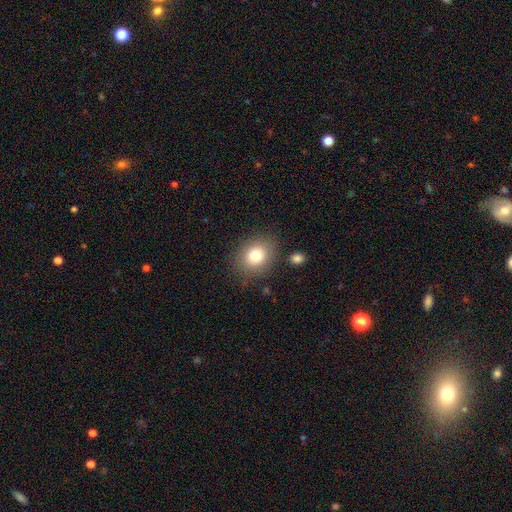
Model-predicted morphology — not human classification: This is likely a smooth galaxy (79%). How rounded: possibly round (58%). Merging: clearly none (83%).